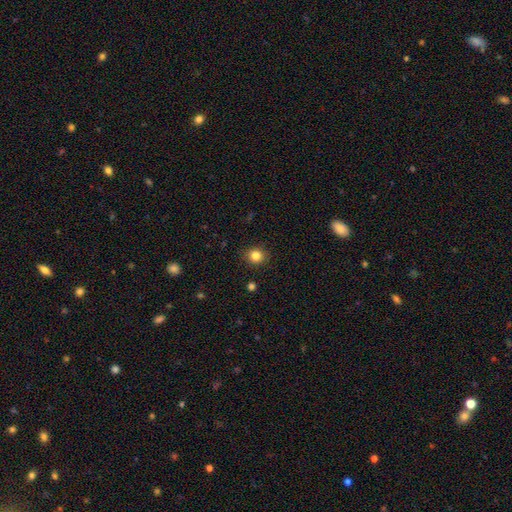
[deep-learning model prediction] This is clearly a smooth galaxy (83%). How rounded: clearly round (83%). Merging: clearly none (90%).